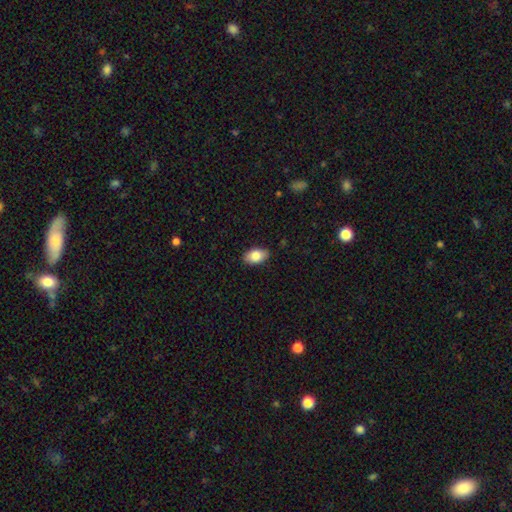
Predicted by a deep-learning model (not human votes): Overall: smooth (84%). How rounded: in between (92%). Merging: none (86%).